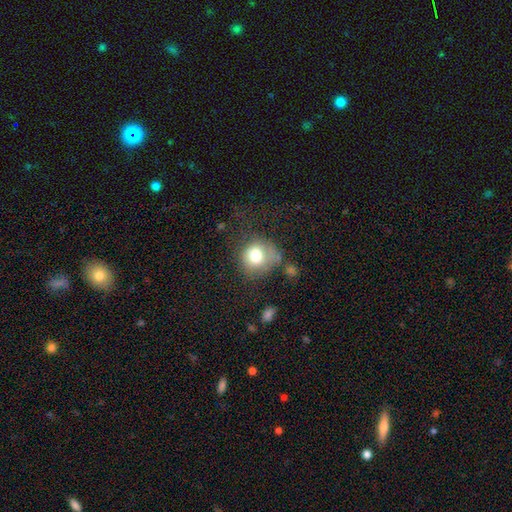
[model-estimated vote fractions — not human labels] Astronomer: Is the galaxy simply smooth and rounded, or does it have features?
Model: smooth — 76%.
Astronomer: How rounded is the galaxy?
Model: round — 80%.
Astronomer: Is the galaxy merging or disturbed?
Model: none — 47% (runner-up: minor disturbance, 27%).